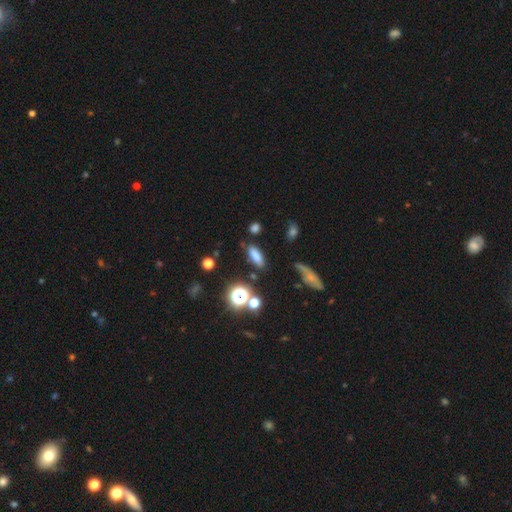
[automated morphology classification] Q: Smooth or featured?
A: smooth (73%); runner-up: star or artifact (16%)
Q: How rounded?
A: in between (66%); runner-up: cigar-shaped (28%)
Q: Merging?
A: none (78%); runner-up: minor disturbance (13%)